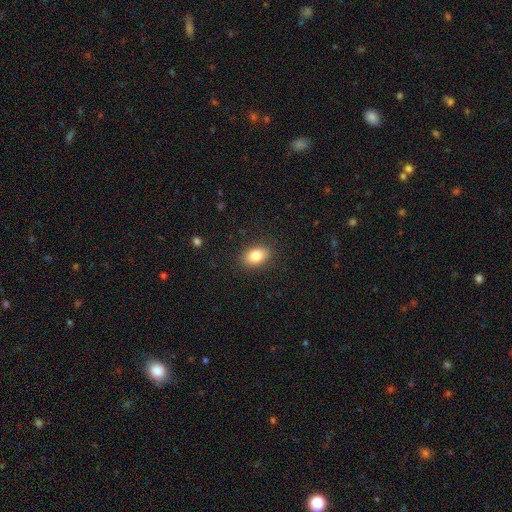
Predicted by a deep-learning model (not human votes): Smooth or featured?
  - smooth: 82% *
  - featured or disk: 10%
  - star or artifact: 9%
How rounded?
  - in between: 85% *
  - round: 14%
  - cigar-shaped: 1%
Merging?
  - none: 88% *
  - minor disturbance: 9%
  - major disturbance: 3%
  - merger: 1%